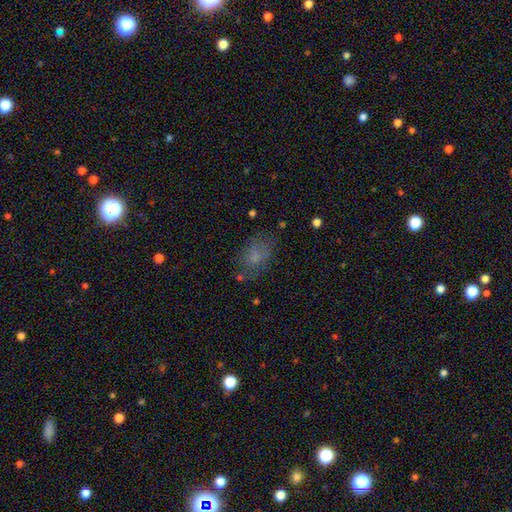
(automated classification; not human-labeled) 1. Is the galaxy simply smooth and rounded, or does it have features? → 63% smooth, 22% featured or disk, 14% star or artifact.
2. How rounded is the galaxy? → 83% in between, 15% round, 2% cigar-shaped.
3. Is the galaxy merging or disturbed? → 61% none, 22% minor disturbance, 13% major disturbance, 5% merger.